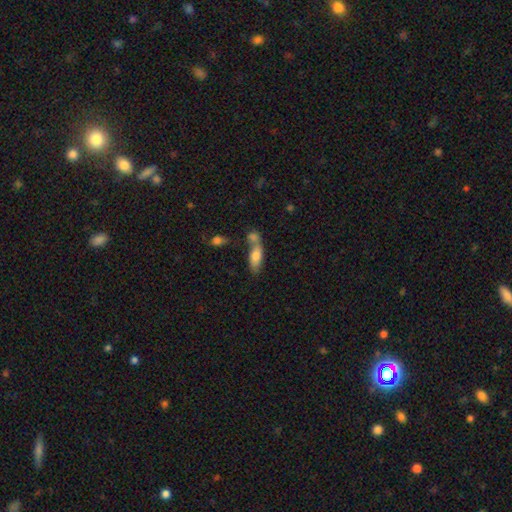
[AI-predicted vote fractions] This is likely a smooth galaxy (75%). How rounded: likely in between (73%). Merging: possibly merger (46%).